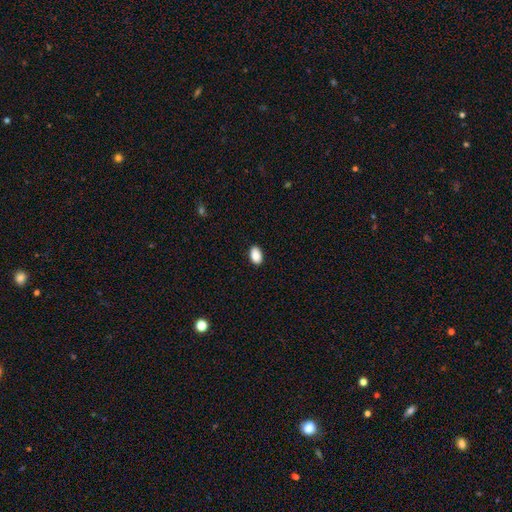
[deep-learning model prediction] A smooth galaxy with no disk features (89%) that is in between round and cigar-shaped (91%). Merging: none (89%).